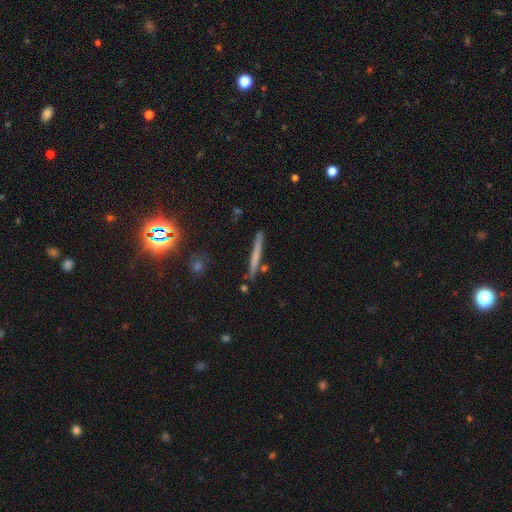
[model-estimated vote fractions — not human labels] A smooth galaxy with no disk features (50%) that is cigar-shaped (95%).

Vote fractions:
- Smooth or featured? smooth: 50% / featured or disk: 37% / star or artifact: 12%
- How rounded? cigar-shaped: 95% / in between: 3% / round: 2%
- Merging? none: 85% / minor disturbance: 9% / merger: 3% / major disturbance: 2%